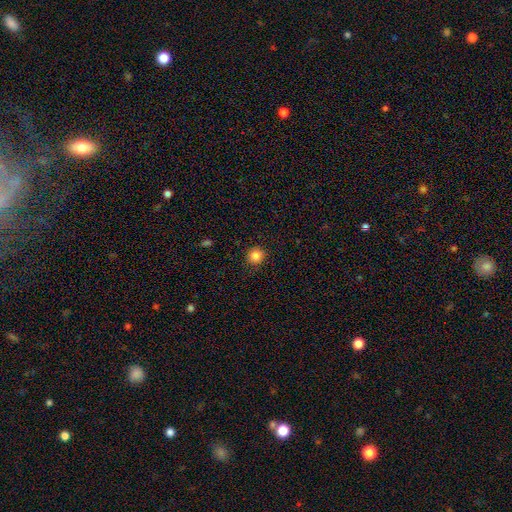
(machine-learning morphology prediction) Smooth or featured? Predicted: smooth (p=0.85). How rounded? Predicted: round (p=0.91). Merging? Predicted: none (p=0.88).